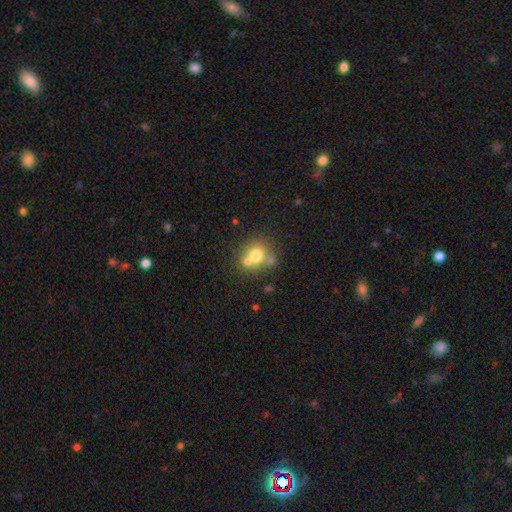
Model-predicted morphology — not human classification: smooth-or-featured: smooth: 68% | featured or disk: 20% | star or artifact: 12%
  how-rounded: round: 78% | in between: 22% | cigar-shaped: 1%
  merging: none: 43% | merger: 42% | minor disturbance: 11% | major disturbance: 5%